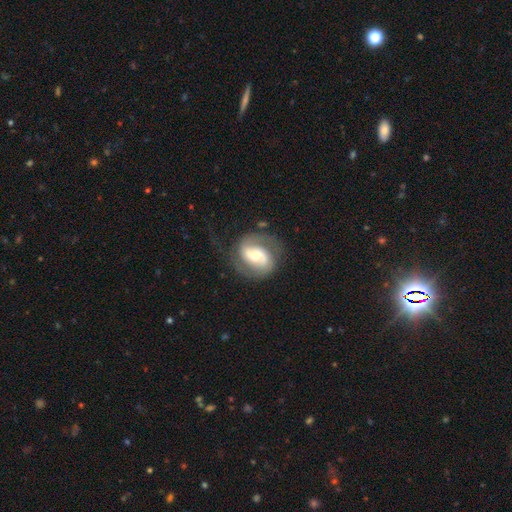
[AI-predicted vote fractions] The model was most divided on "bar": weak: 39%, no: 34%, strong: 27%. Remaining: edge-on disk — no (97%); spiral arms — yes (93%); spiral arm count — 2 (88%); smooth or featured — featured or disk (81%); merging — none (69%); bulge size — moderate (65%); spiral winding — medium (48%).